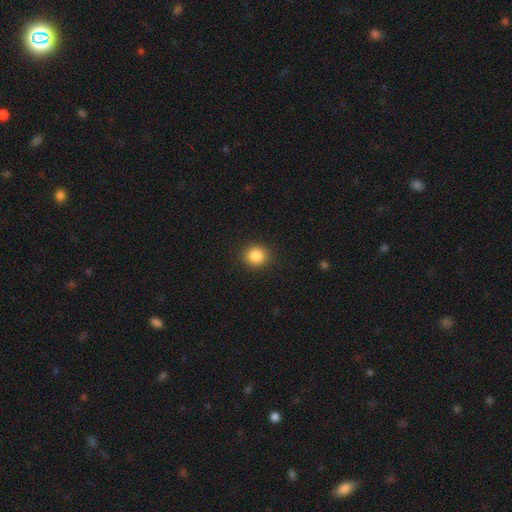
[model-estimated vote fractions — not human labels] The model was most divided on "how rounded": round: 85%, in between: 14%, cigar-shaped: 1%. More confident: merging — none (91%); smooth or featured — smooth (85%).